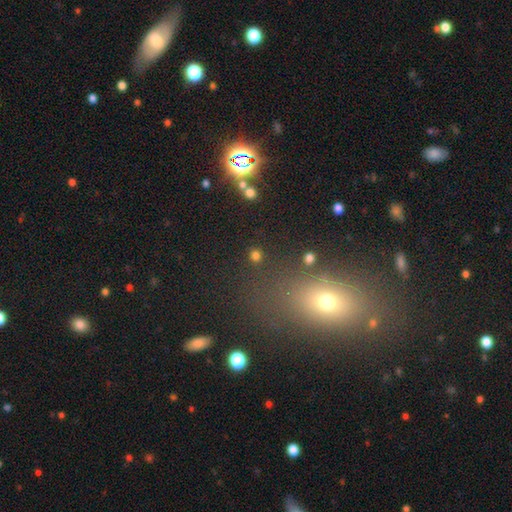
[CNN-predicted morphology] The model was most divided on "smooth or featured": smooth: 79%, star or artifact: 16%, featured or disk: 5%. More confident: how rounded — round (90%); merging — none (86%).